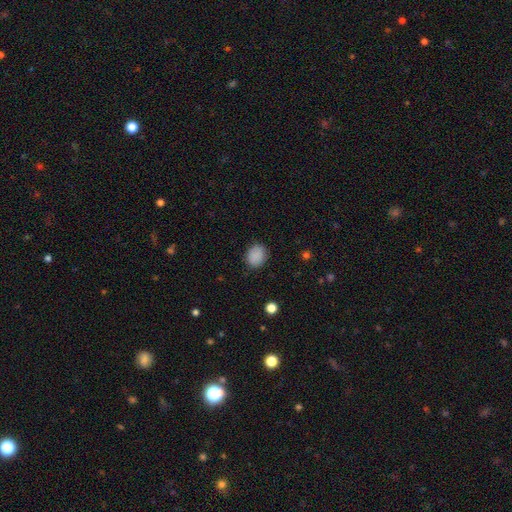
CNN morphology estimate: Overall: smooth (88%). How rounded: round (57%; in between 42%). Merging: none (87%).